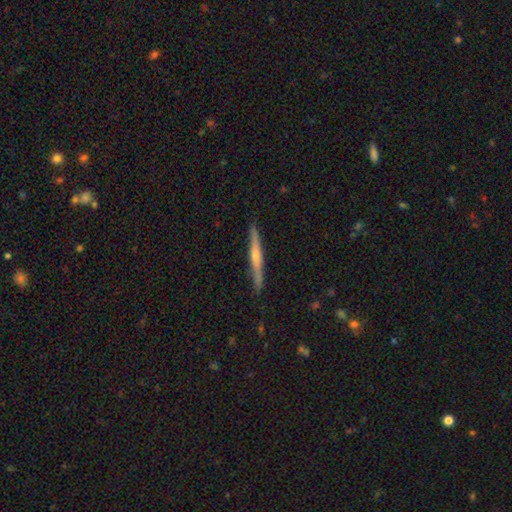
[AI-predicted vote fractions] Smooth or featured? featured or disk (62%)
Edge-on disk? yes (97%)
Edge-on bulge? rounded (68%)
Merging? none (90%)